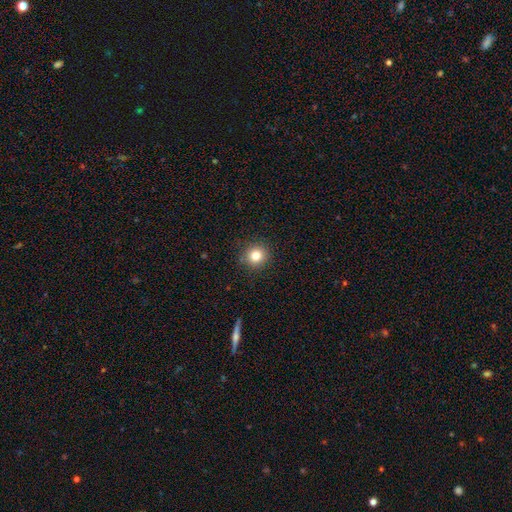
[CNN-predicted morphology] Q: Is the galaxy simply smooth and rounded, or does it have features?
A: smooth — 81%.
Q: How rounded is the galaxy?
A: round — 93%.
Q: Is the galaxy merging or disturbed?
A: none — 90%.